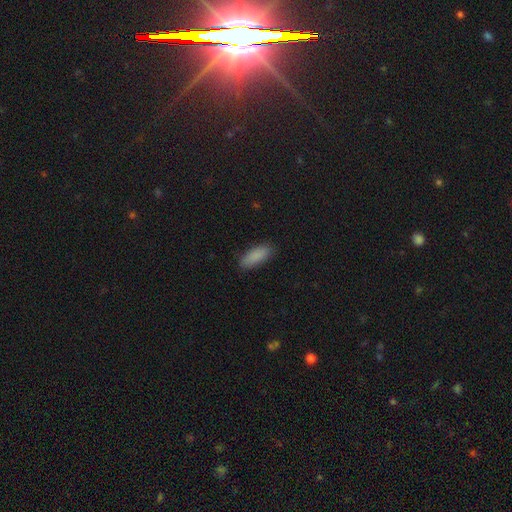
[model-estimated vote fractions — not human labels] Morphology: type=smooth (89%); roundness=in between (73%); merging=none (86%).